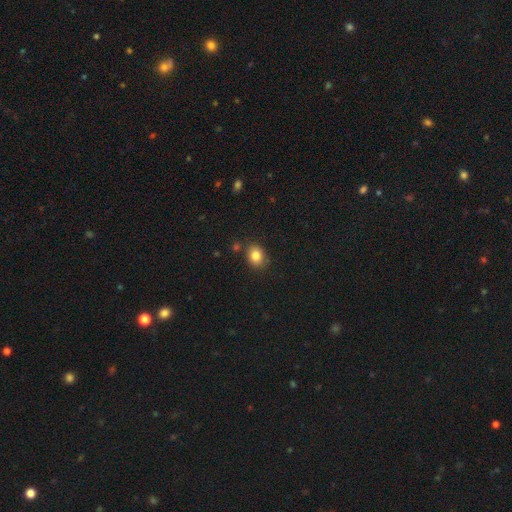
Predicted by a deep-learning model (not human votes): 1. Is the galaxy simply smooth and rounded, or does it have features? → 84% smooth, 10% star or artifact, 6% featured or disk.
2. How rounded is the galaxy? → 50% in between (tied), 50% round (tied), 1% cigar-shaped.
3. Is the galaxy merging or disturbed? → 81% none, 12% minor disturbance, 4% merger, 3% major disturbance.